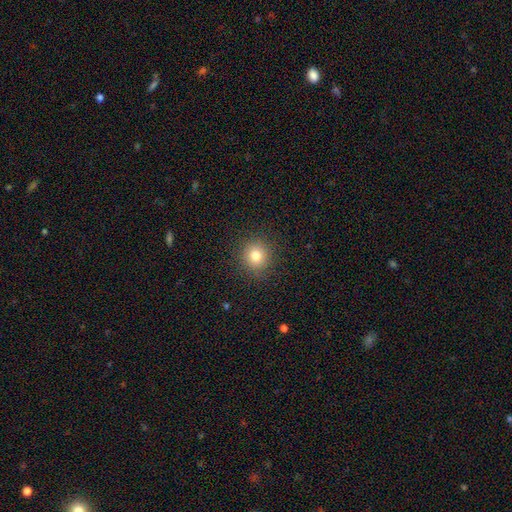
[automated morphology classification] The model was most divided on "smooth or featured": smooth: 80%, star or artifact: 12%, featured or disk: 8%. More confident: how rounded — round (91%); merging — none (90%).